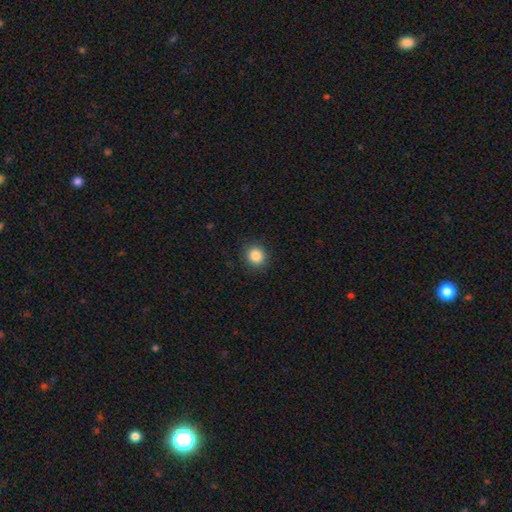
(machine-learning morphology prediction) Smooth or featured? smooth (86%)
How rounded? round (83%)
Merging? none (90%)